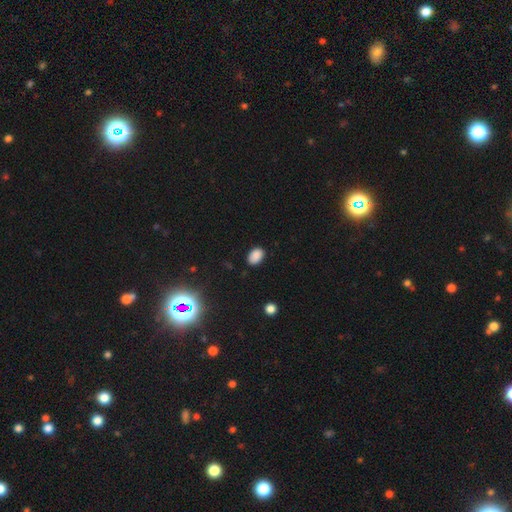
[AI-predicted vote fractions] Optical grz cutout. It shows a smooth galaxy with no disk features (85%) that is in between round and cigar-shaped (85%). Merging: none (85%).